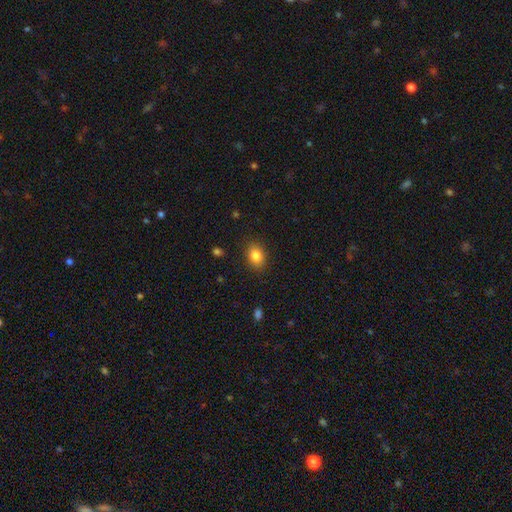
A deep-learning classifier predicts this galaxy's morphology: This appears to be a smooth galaxy with no disk features (85%) that is in between round and cigar-shaped (64%). Merging: none (87%).